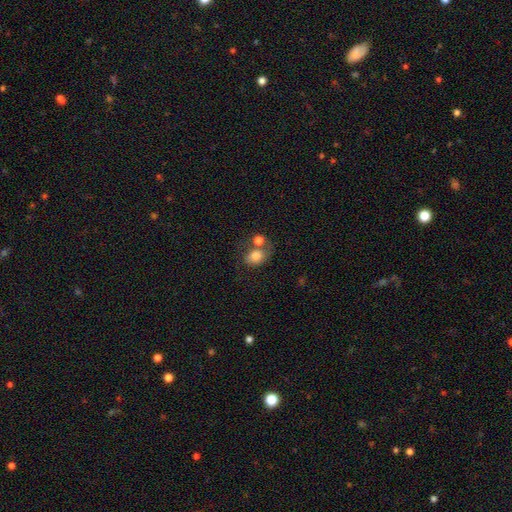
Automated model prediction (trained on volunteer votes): Smooth or featured: smooth — 77% (featured or disk — 14%)
How rounded: in between — 55% (round — 44%)
Merging: none — 36% (merger — 35%)